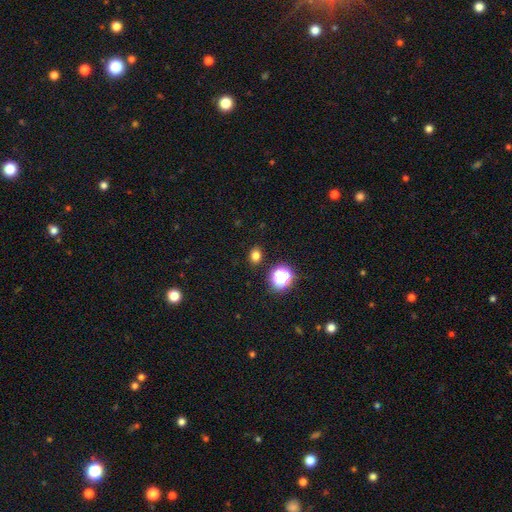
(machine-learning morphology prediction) smooth-or-featured: smooth: 76% | star or artifact: 19% | featured or disk: 5%
  how-rounded: round: 59% | in between: 40% | cigar-shaped: 1%
  merging: none: 88% | minor disturbance: 7% | major disturbance: 2% | merger: 2%